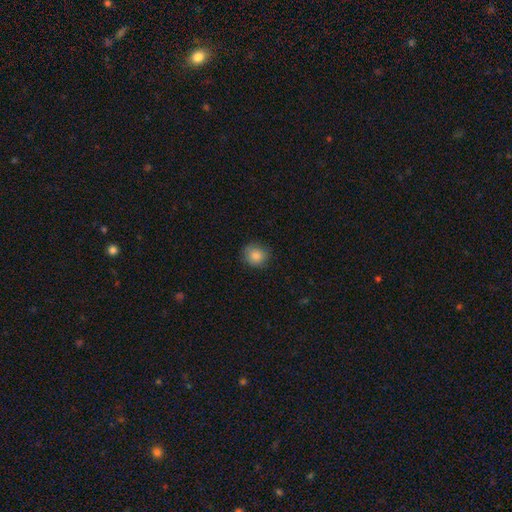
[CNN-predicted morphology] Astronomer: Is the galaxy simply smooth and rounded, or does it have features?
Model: smooth — 86%.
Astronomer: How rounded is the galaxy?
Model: round — 84%.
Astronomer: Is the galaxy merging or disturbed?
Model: none — 81%.